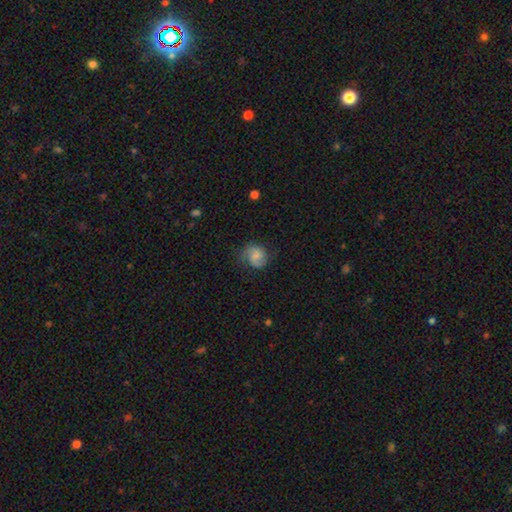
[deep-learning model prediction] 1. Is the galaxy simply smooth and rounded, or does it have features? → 55% smooth, 36% featured or disk, 9% star or artifact.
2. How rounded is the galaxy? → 70% round, 29% in between, 1% cigar-shaped.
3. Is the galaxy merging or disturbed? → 61% none, 25% minor disturbance, 12% major disturbance, 1% merger.